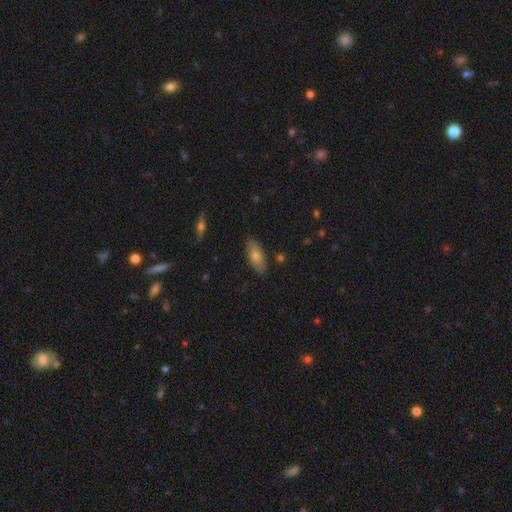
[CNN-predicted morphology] A smooth galaxy with no disk features (69%) that is in between round and cigar-shaped (81%). Merging: none (86%).